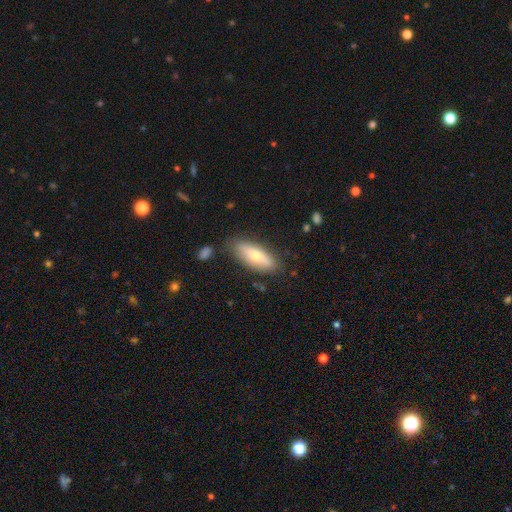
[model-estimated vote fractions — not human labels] smooth_or_featured: smooth (p=0.65) [alt: featured or disk p=0.28]
how_rounded: in between (p=0.67) [alt: cigar-shaped p=0.31]
merging: none (p=0.79) [alt: minor disturbance p=0.15]